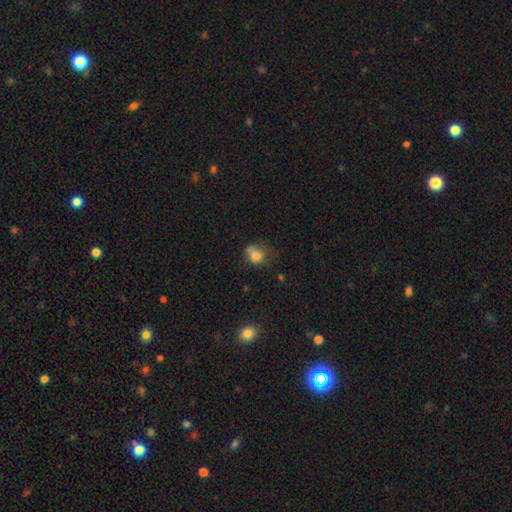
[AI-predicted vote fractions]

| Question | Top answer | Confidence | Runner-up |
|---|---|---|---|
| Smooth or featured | smooth | 77% | star or artifact (12%) |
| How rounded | round | 57% | in between (42%) |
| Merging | none | 42% | minor disturbance (33%) |